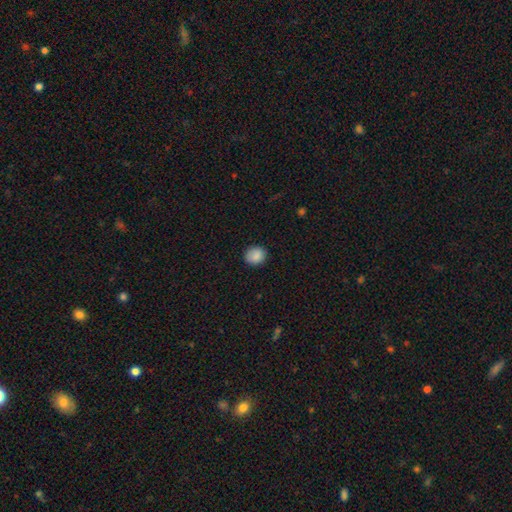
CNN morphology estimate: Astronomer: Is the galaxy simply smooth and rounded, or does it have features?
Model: smooth — 88%.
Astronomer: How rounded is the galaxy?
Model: round — 76%.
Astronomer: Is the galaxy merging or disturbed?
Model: none — 88%.